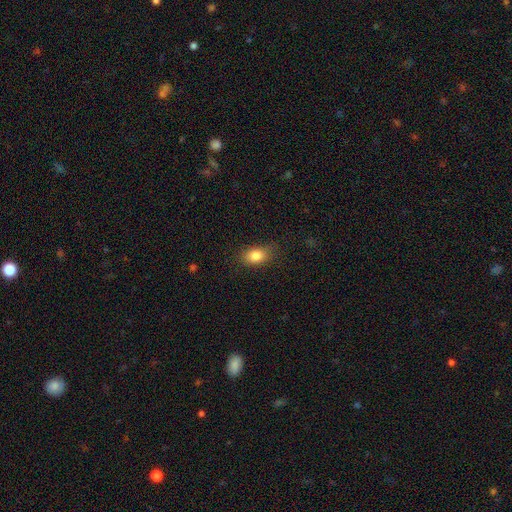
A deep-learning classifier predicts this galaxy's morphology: Overall: smooth (83%). How rounded: in between (81%). Merging: none (78%).